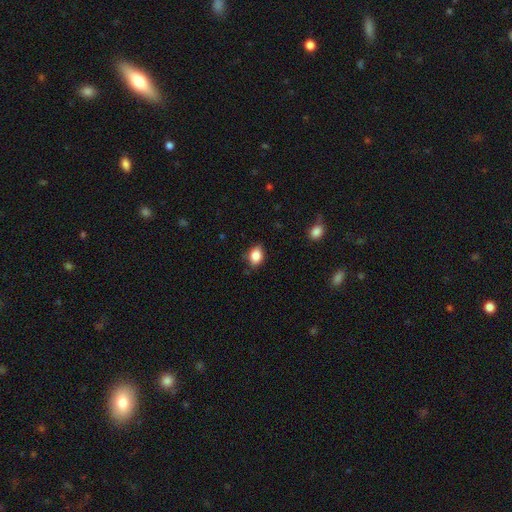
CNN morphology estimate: A smooth galaxy with no disk features (86%) that is in between round and cigar-shaped (73%).

Vote fractions:
- Smooth or featured? smooth: 86% / star or artifact: 9% / featured or disk: 5%
- How rounded? in between: 73% / round: 25% / cigar-shaped: 1%
- Merging? none: 79% / minor disturbance: 16% / major disturbance: 3% / merger: 1%